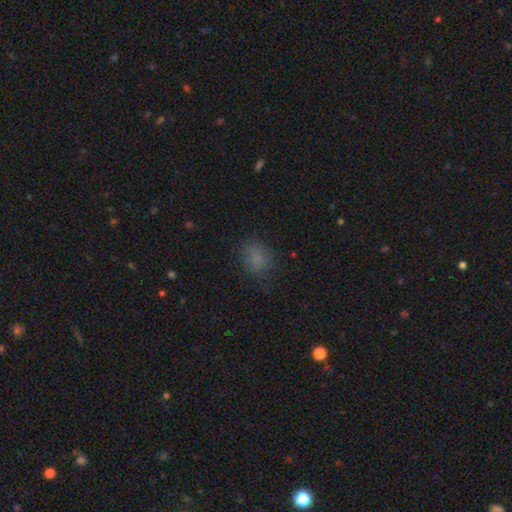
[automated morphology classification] This appears to be a smooth galaxy with no disk features (75%) that is in between round and cigar-shaped (56%). Merging: none (75%).